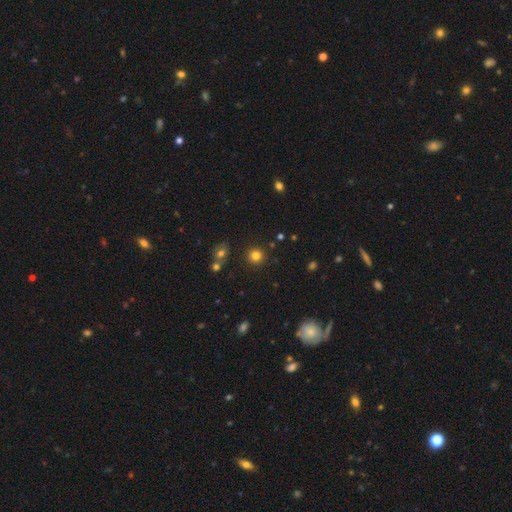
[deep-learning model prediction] Morphology: type=smooth (79%); roundness=round (93%); merging=none (88%).